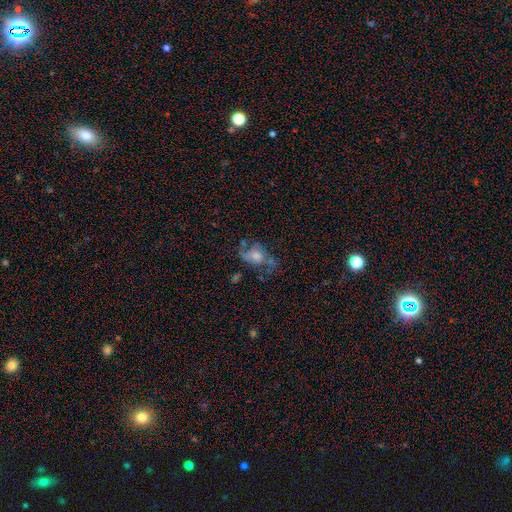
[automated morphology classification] Smooth or featured?
  - featured or disk: 58% *
  - smooth: 27%
  - star or artifact: 15%
Edge-on disk?
  - no: 95% *
  - yes: 5%
Bar?
  - no: 75% *
  - weak: 21%
  - strong: 4%
Spiral arms?
  - yes: 70% *
  - no: 30%
Bulge size?
  - moderate: 51% *
  - small: 21%
  - large: 20%
  - none: 6%
  - dominant: 3%
Merging?
  - none: 48% *
  - major disturbance: 25%
  - minor disturbance: 22%
  - merger: 4%